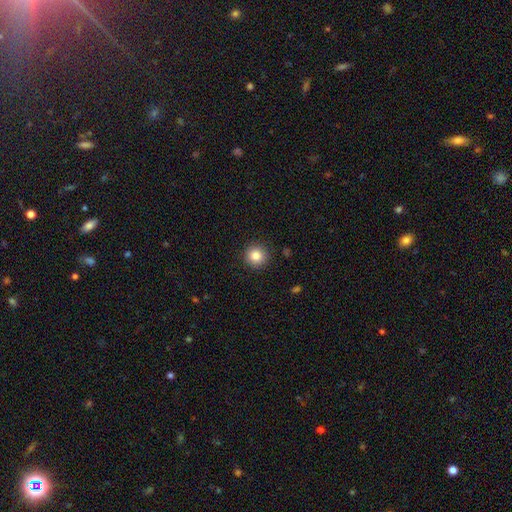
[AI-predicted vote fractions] A smooth galaxy with no disk features (85%) that is round (95%).

Vote fractions:
- Smooth or featured? smooth: 85% / star or artifact: 10% / featured or disk: 5%
- How rounded? round: 95% / in between: 5% / cigar-shaped: 1%
- Merging? none: 90% / minor disturbance: 6% / major disturbance: 2% / merger: 1%